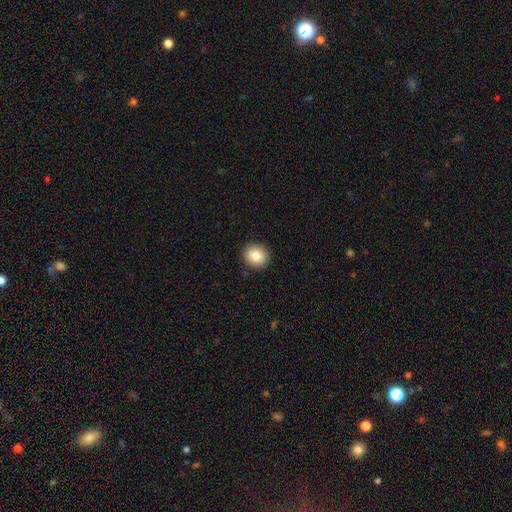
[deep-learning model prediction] smooth-or-featured: smooth: 82% | featured or disk: 9% | star or artifact: 9%
  how-rounded: round: 86% | in between: 13% | cigar-shaped: 1%
  merging: none: 92% | minor disturbance: 5% | major disturbance: 2% | merger: 1%